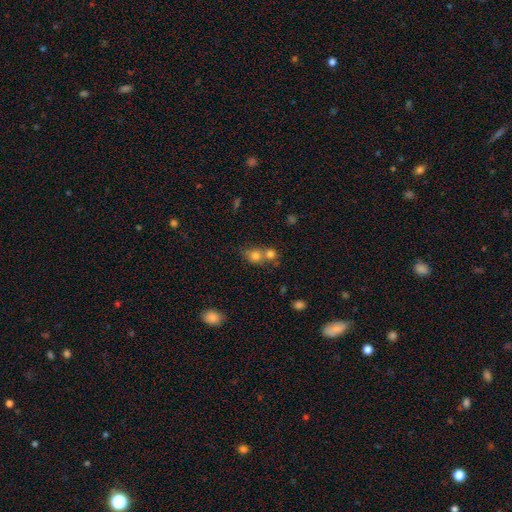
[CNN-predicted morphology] smooth_or_featured: smooth (p=0.77) [alt: star or artifact p=0.12]
how_rounded: round (p=0.73) [alt: in between p=0.26]
merging: merger (p=0.51) [alt: none p=0.37]